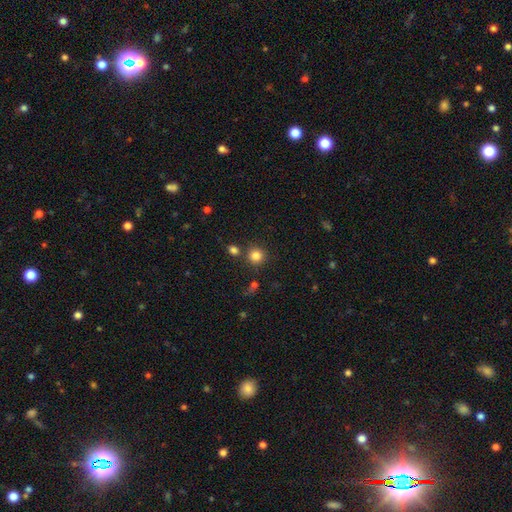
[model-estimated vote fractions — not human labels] smooth 83%, star or artifact 12%, featured or disk 5%. Down the decision tree: how rounded — round (93%); merging — none (79%).